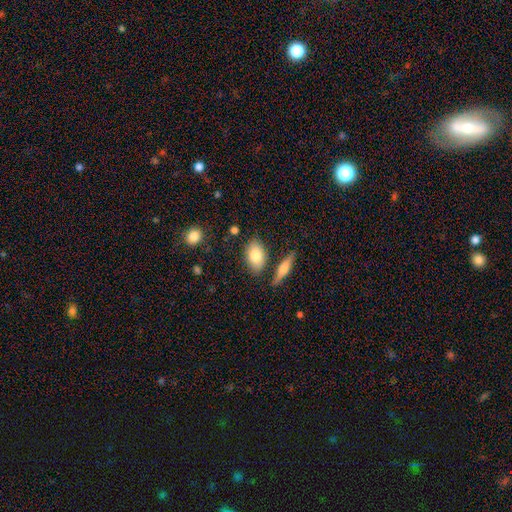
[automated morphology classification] Smooth or featured: smooth — 81% (featured or disk — 12%)
How rounded: in between — 89% (round — 8%)
Merging: none — 74% (minor disturbance — 13%)